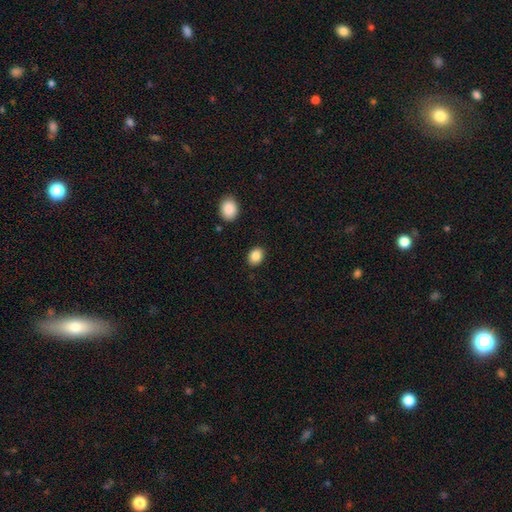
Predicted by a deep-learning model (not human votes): smooth 86%, star or artifact 9%, featured or disk 5%. Down the decision tree: how rounded — in between (59%); merging — none (88%).